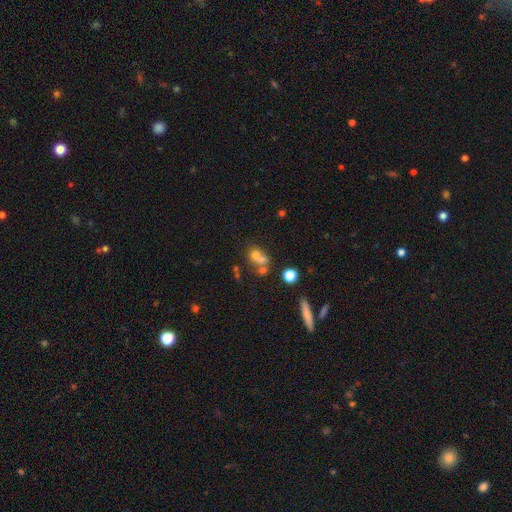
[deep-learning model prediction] Smooth or featured? smooth (62%)
How rounded? round (57%)
Merging? merger (52%)